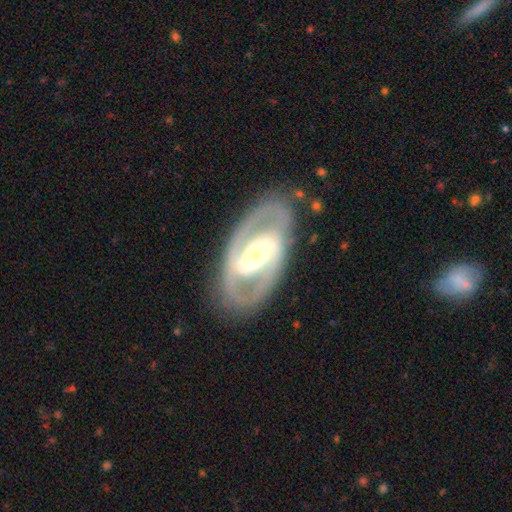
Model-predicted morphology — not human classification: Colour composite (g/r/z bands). It shows a featured or disk galaxy (85%) with a strong bar (59%), 2 (86%) medium (44%) spiral arms (83%) and a moderate central bulge (49%). Merging: none (80%).